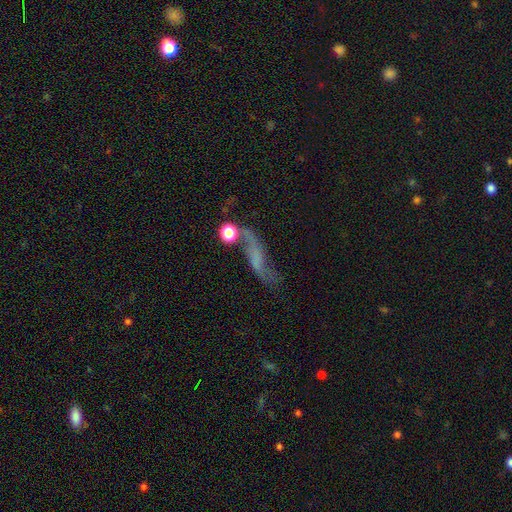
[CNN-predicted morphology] Smooth or featured?
  - featured or disk: 63% *
  - smooth: 22%
  - star or artifact: 15%
Edge-on disk?
  - no: 82% *
  - yes: 18%
Bar?
  - no: 53% *
  - weak: 31%
  - strong: 16%
Spiral arms?
  - yes: 81% *
  - no: 19%
Bulge size?
  - none: 52% *
  - small: 29%
  - moderate: 13%
  - large: 4%
  - dominant: 2%
Merging?
  - none: 51% *
  - minor disturbance: 19%
  - major disturbance: 17%
  - merger: 13%